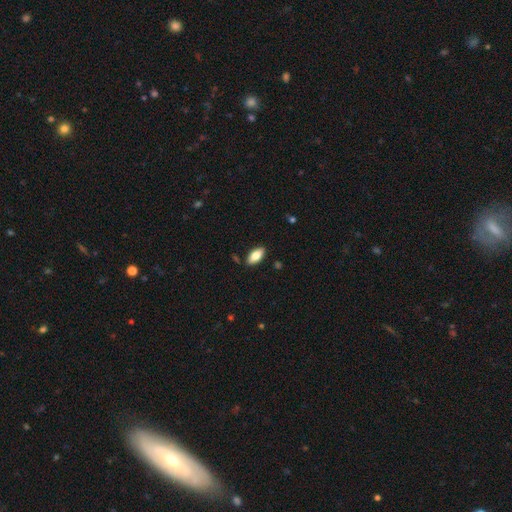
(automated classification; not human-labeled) Overall: smooth (79%). How rounded: in between (90%). Merging: none (87%).